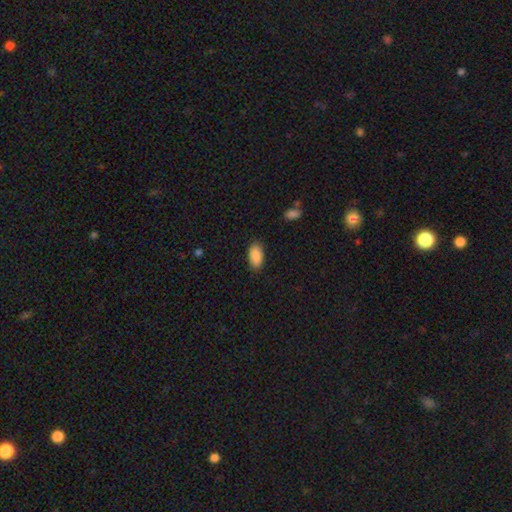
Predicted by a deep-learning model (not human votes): Morphology: type=smooth (89%); roundness=in between (93%); merging=none (85%).